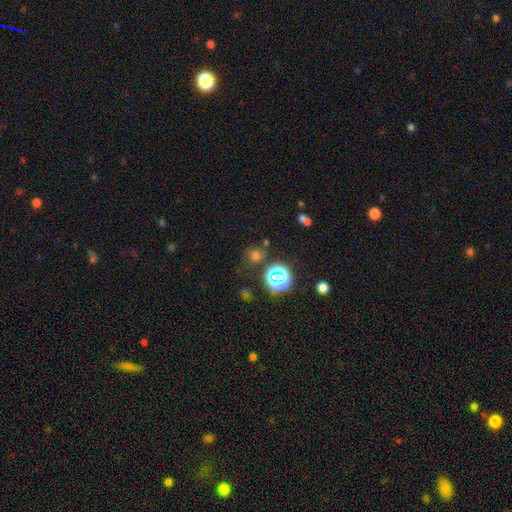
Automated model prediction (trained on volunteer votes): smooth_or_featured: smooth (p=0.60) [alt: star or artifact p=0.33]
how_rounded: round (p=0.80) [alt: in between p=0.19]
merging: none (p=0.72) [alt: minor disturbance p=0.13]